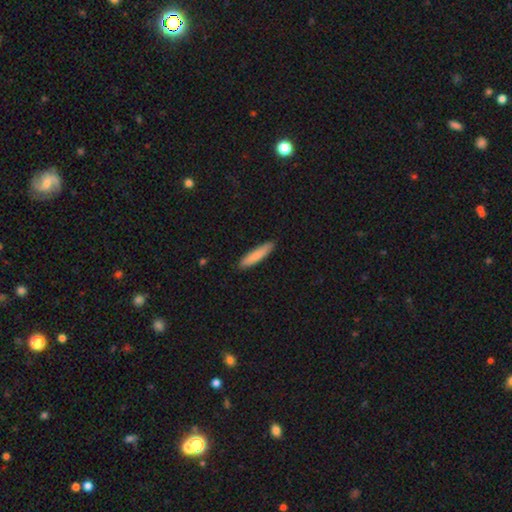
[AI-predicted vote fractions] This appears to be a smooth galaxy with no disk features (82%) that is cigar-shaped (86%). Merging: none (88%).